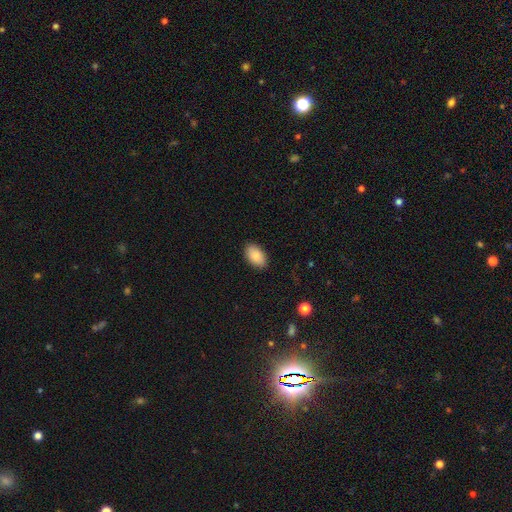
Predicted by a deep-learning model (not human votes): Smooth or featured? Predicted: smooth (p=0.88). How rounded? Predicted: in between (p=0.94). Merging? Predicted: none (p=0.88).